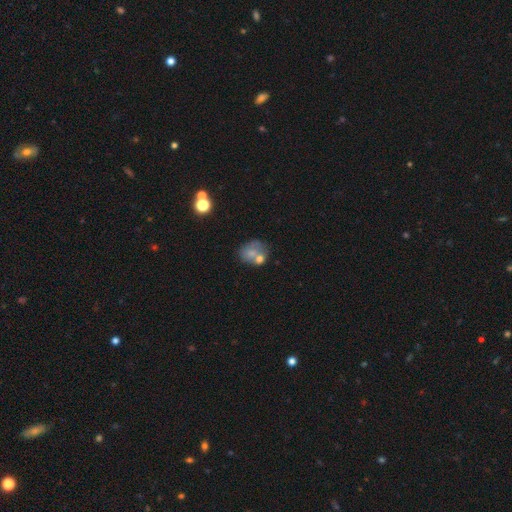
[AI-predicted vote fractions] Smooth or featured: smooth — 60% (featured or disk — 27%)
How rounded: round — 59% (in between — 40%)
Merging: none — 37% (merger — 36%)